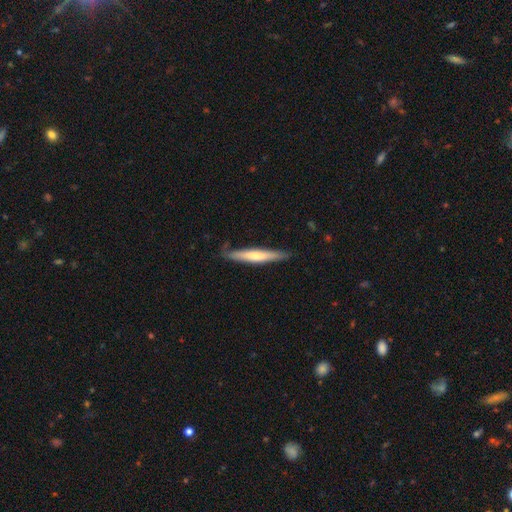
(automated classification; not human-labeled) smooth-or-featured: smooth: 58% | featured or disk: 38% | star or artifact: 5%
  how-rounded: cigar-shaped: 93% | in between: 6% | round: 1%
  merging: none: 81% | minor disturbance: 15% | major disturbance: 3% | merger: 2%